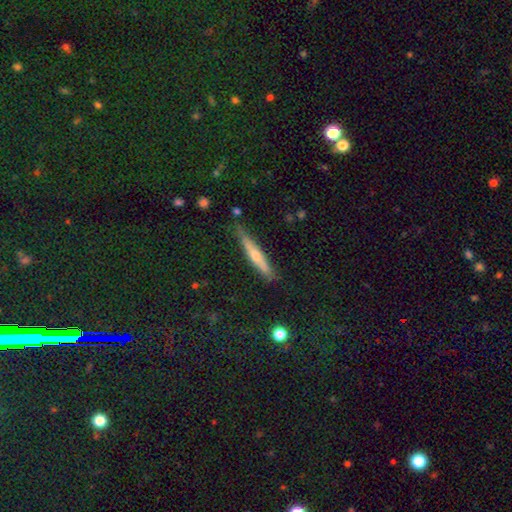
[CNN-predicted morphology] Smooth or featured?
  - featured or disk: 53% *
  - smooth: 40%
  - star or artifact: 7%
Edge-on disk?
  - yes: 93% *
  - no: 7%
Merging?
  - none: 79% *
  - minor disturbance: 17%
  - major disturbance: 3%
  - merger: 2%